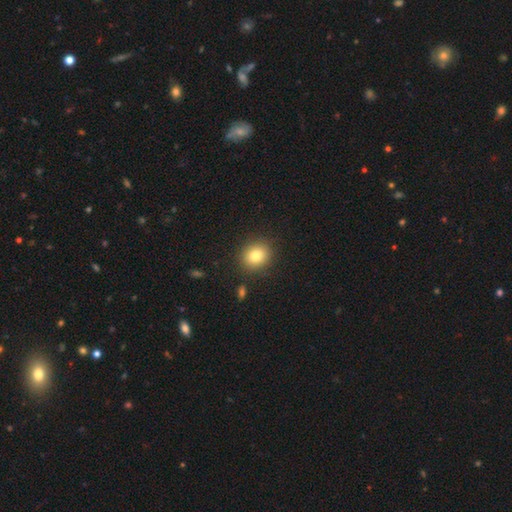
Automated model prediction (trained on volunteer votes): A smooth galaxy with no disk features (79%) that is round (74%).

Vote fractions:
- Smooth or featured? smooth: 79% / star or artifact: 11% / featured or disk: 10%
- How rounded? round: 74% / in between: 25% / cigar-shaped: 1%
- Merging? none: 88% / minor disturbance: 8% / major disturbance: 3% / merger: 2%